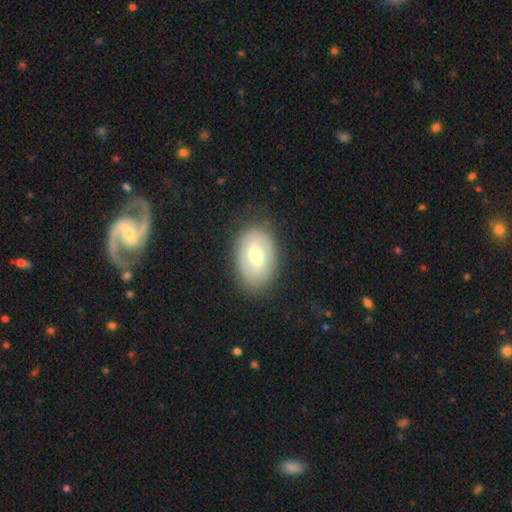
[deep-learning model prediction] Overall: smooth (55%; featured or disk 38%). How rounded: in between (83%). Merging: none (82%).